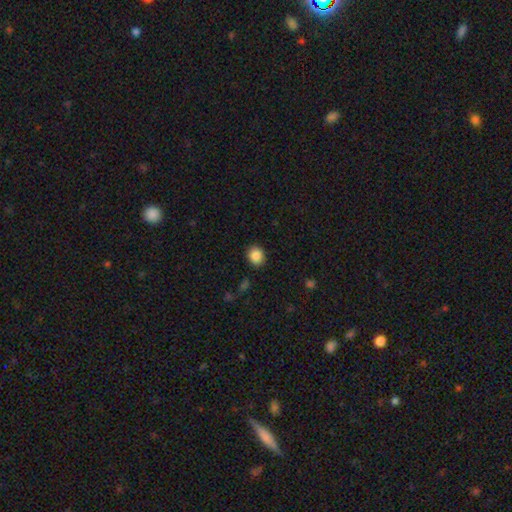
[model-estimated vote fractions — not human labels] Morphology: type=smooth (87%); roundness=round (67%); merging=none (88%).